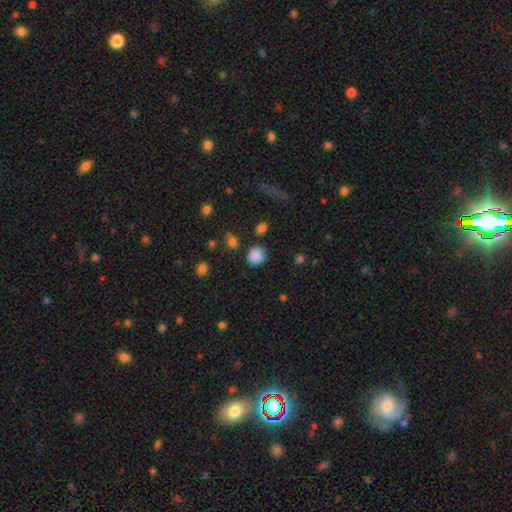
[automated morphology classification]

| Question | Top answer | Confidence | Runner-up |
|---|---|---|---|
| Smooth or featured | smooth | 84% | star or artifact (11%) |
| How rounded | round | 82% | in between (17%) |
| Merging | none | 78% | minor disturbance (14%) |